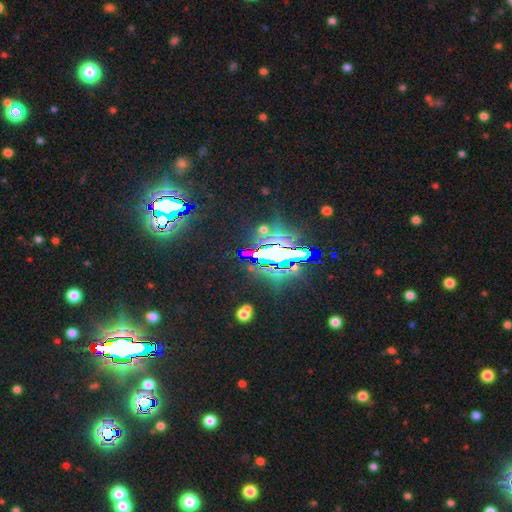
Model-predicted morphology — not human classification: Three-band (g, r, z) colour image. It shows a star or artifact, not a galaxy (75%).